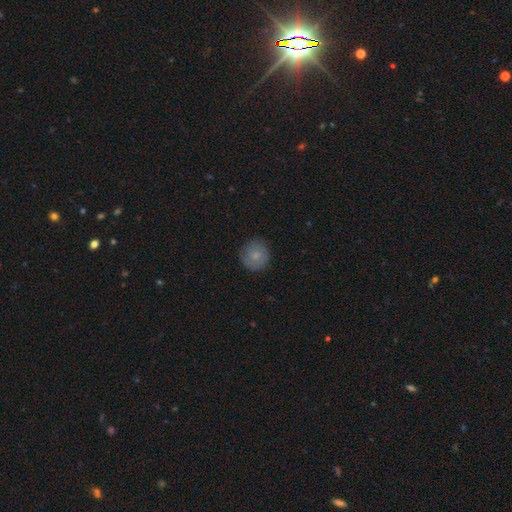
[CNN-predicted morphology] Smooth or featured? smooth (79%)
How rounded? round (93%)
Merging? none (85%)